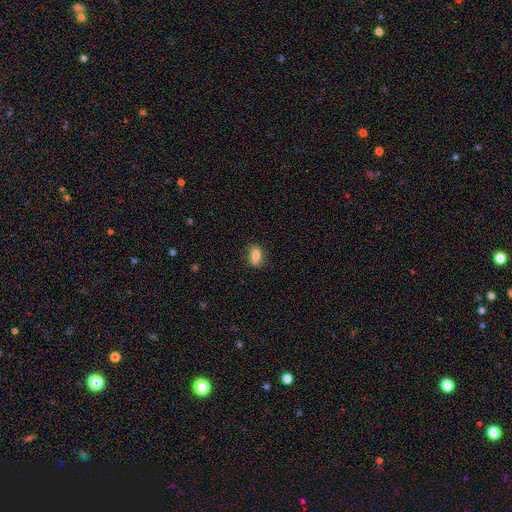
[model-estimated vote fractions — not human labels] This is likely a smooth galaxy (73%). How rounded: clearly in between (82%). Merging: likely none (76%).